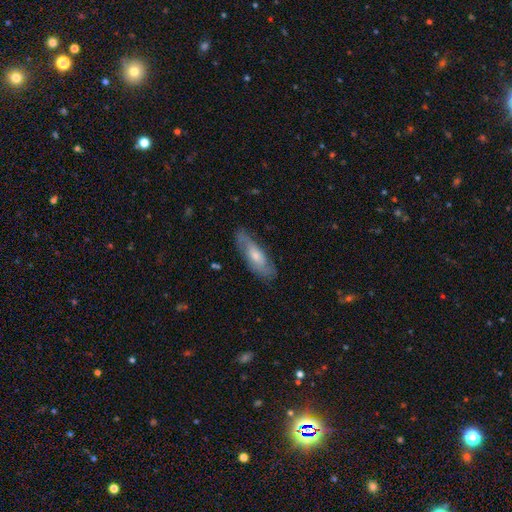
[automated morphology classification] A featured or disk galaxy (55%).

Vote fractions:
- Smooth or featured? featured or disk: 55% / smooth: 39% / star or artifact: 6%
- Edge-on disk? no: 74% / yes: 26%
- Merging? none: 78% / minor disturbance: 16% / major disturbance: 4% / merger: 1%